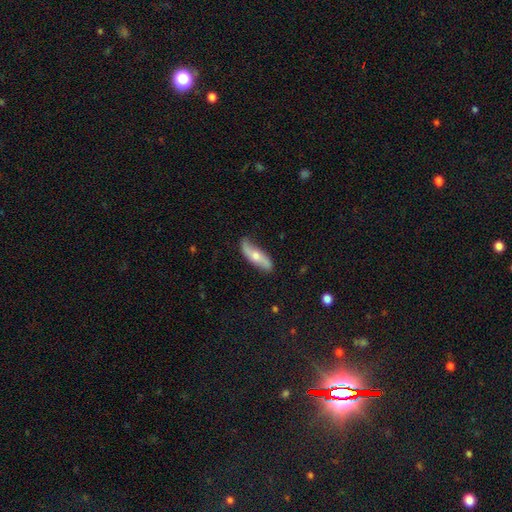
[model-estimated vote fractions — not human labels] A featured or disk galaxy (54%). Merging: none (75%).